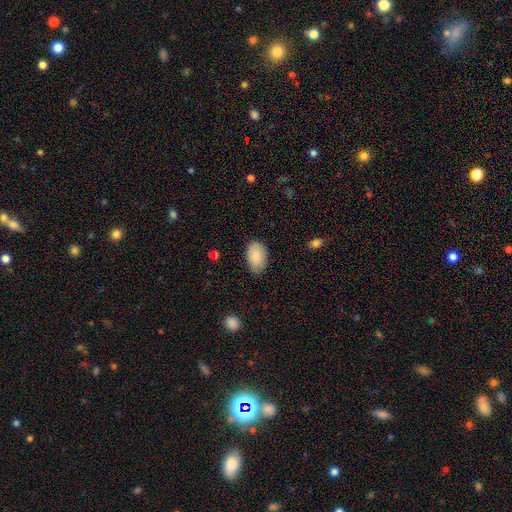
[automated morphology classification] Smooth or featured: smooth — 88% (star or artifact — 6%)
How rounded: in between — 92% (round — 6%)
Merging: none — 80% (minor disturbance — 16%)